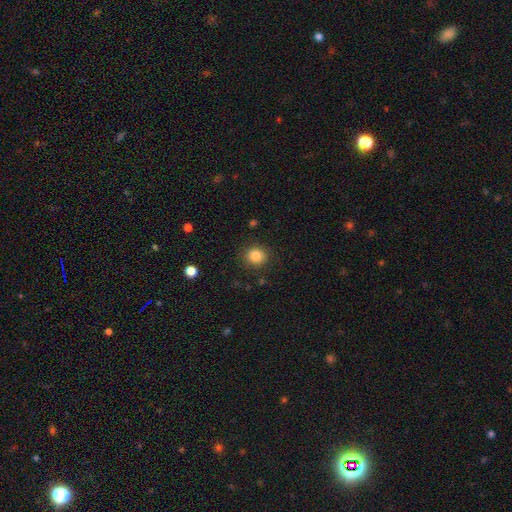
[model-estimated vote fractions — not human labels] Smooth or featured?
  - smooth: 85% *
  - star or artifact: 10%
  - featured or disk: 4%
How rounded?
  - round: 84% *
  - in between: 16%
  - cigar-shaped: 1%
Merging?
  - none: 86% *
  - minor disturbance: 9%
  - major disturbance: 3%
  - merger: 1%